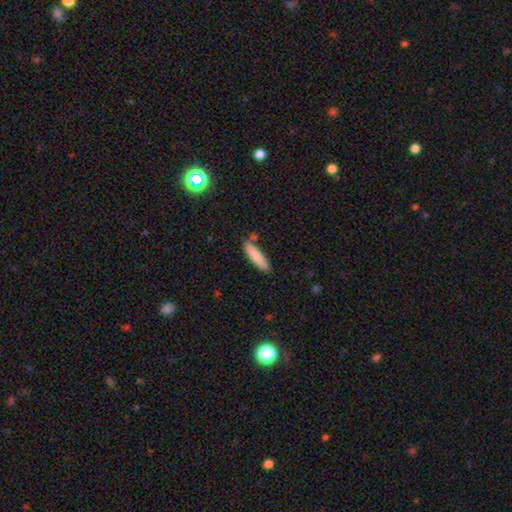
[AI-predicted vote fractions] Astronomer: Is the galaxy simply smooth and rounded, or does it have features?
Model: smooth — 83%.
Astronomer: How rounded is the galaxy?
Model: cigar-shaped — 77%.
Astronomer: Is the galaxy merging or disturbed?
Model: none — 78%.